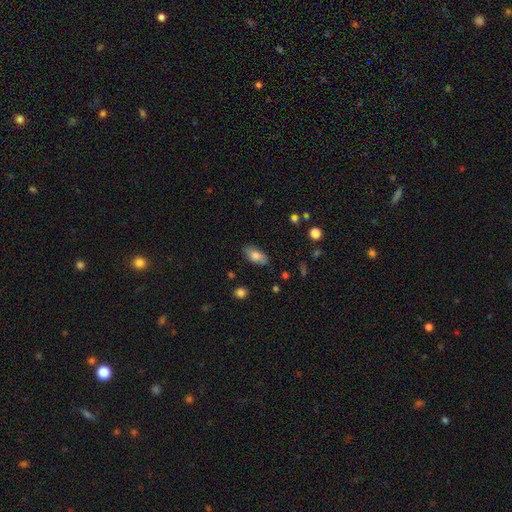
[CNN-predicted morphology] This appears to be a smooth galaxy with no disk features (75%) that is in between round and cigar-shaped (90%). Merging: none (77%).